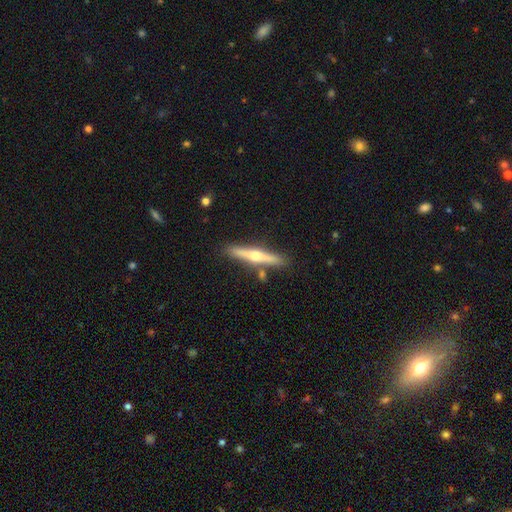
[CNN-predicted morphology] This appears to be a featured or disk galaxy (63%) viewed edge-on (97%) with a rounded central bulge (90%). Merging: none (85%).